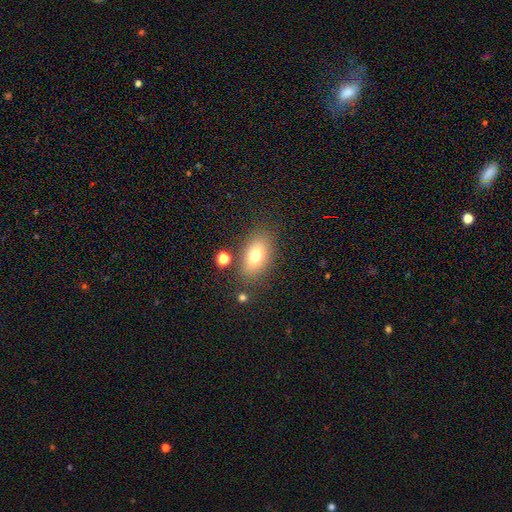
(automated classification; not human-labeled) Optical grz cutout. It shows a smooth galaxy with no disk features (74%) that is in between round and cigar-shaped (86%). Merging: none (79%).